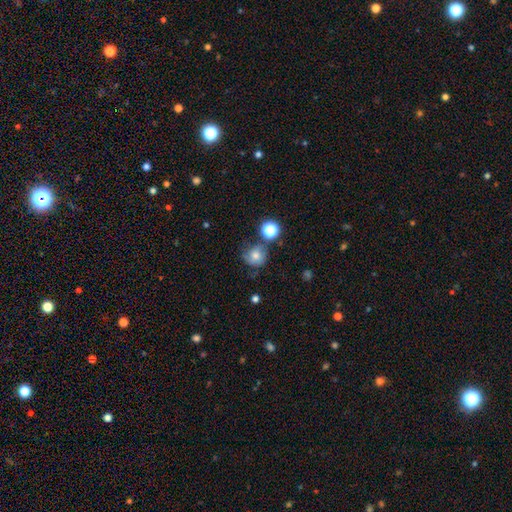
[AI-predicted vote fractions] Morphology: type=smooth (68%); roundness=round (83%); merging=none (55%).